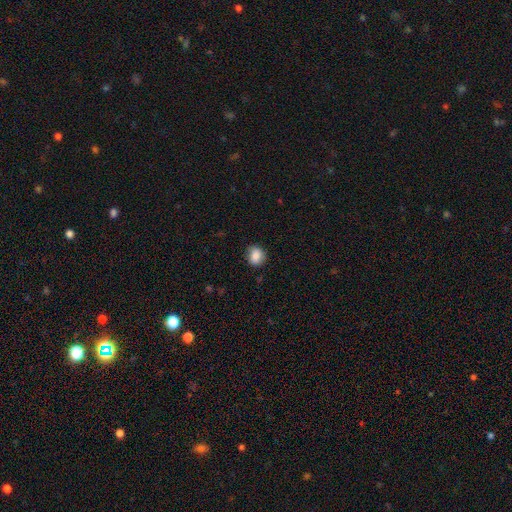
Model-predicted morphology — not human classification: Overall: smooth (85%). How rounded: round (63%; in between 36%). Merging: none (84%).